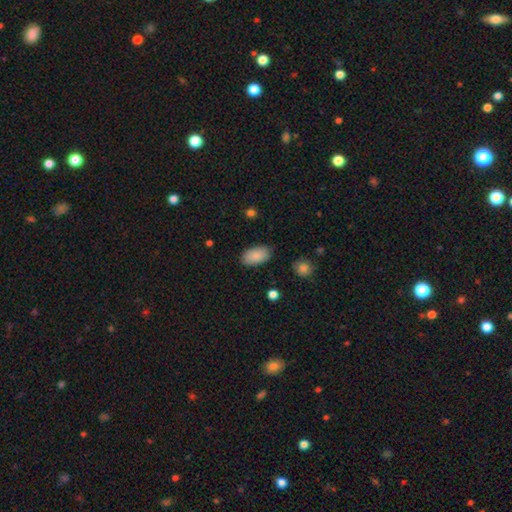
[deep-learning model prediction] The model was most divided on "merging": none: 85%, minor disturbance: 11%, major disturbance: 3%, merger: 1%. More confident: how rounded — in between (95%); smooth or featured — smooth (88%).